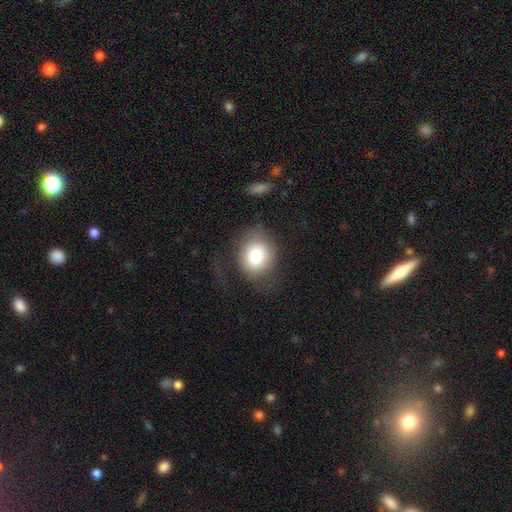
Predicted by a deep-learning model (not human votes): Overall: smooth (76%). How rounded: round (77%). Merging: none (60%).